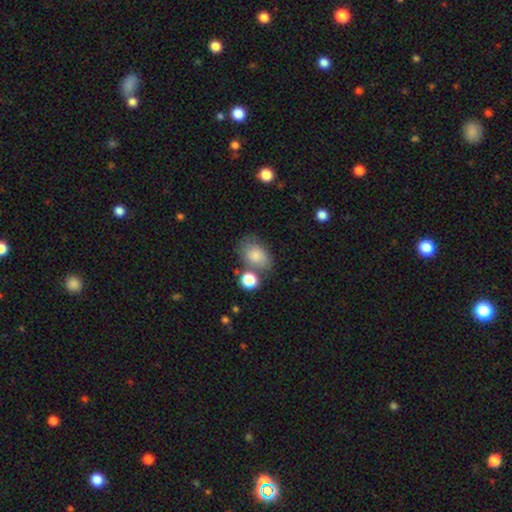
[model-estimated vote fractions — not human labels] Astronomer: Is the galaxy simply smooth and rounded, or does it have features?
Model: smooth — 78%.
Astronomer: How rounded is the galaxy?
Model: in between — 74%.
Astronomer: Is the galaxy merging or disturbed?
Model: none — 54%.